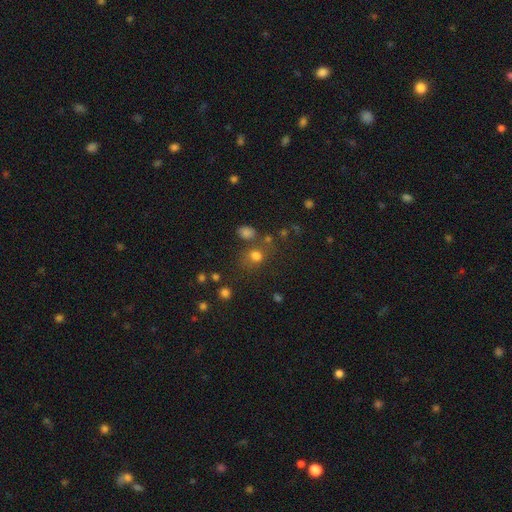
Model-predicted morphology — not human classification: A smooth galaxy with no disk features (73%) that is round (63%).

Vote fractions:
- Smooth or featured? smooth: 73% / star or artifact: 18% / featured or disk: 8%
- How rounded? round: 63% / in between: 35% / cigar-shaped: 1%
- Merging? none: 61% / merger: 16% / minor disturbance: 15% / major disturbance: 8%